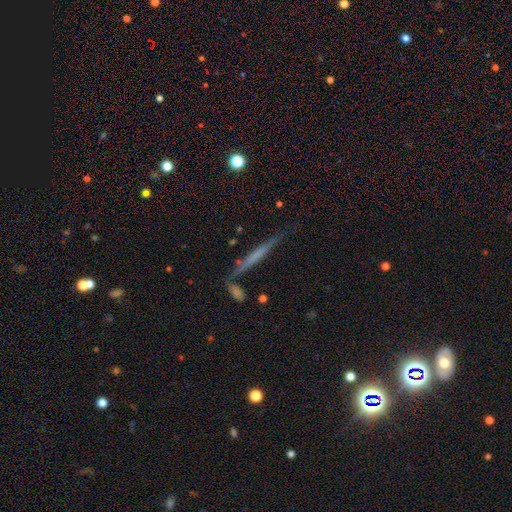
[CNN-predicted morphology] Smooth or featured?
  - featured or disk: 48% *
  - smooth: 44%
  - star or artifact: 8%
Merging?
  - none: 71% *
  - minor disturbance: 16%
  - merger: 8%
  - major disturbance: 5%